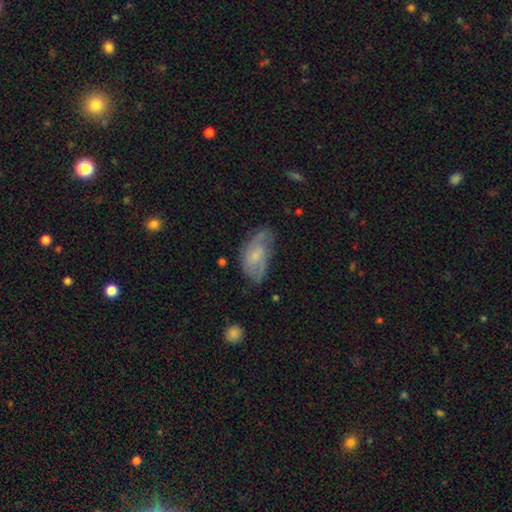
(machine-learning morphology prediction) Smooth or featured: featured or disk — 57% (smooth — 36%)
Edge-on disk: no — 94% (yes — 6%)
Bar: no — 58% (weak — 36%)
Spiral arms: yes — 80% (no — 20%)
Bulge size: small — 59% (moderate — 25%)
Merging: none — 53% (minor disturbance — 30%)